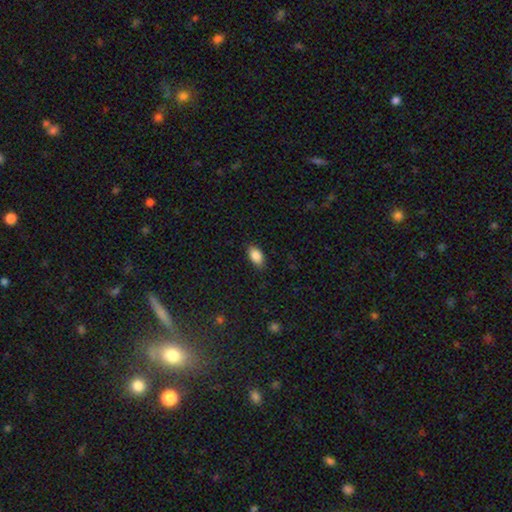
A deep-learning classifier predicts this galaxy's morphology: A smooth galaxy with no disk features (88%) that is in between round and cigar-shaped (92%).

Vote fractions:
- Smooth or featured? smooth: 88% / star or artifact: 8% / featured or disk: 5%
- How rounded? in between: 92% / round: 5% / cigar-shaped: 3%
- Merging? none: 84% / minor disturbance: 13% / major disturbance: 2% / merger: 1%